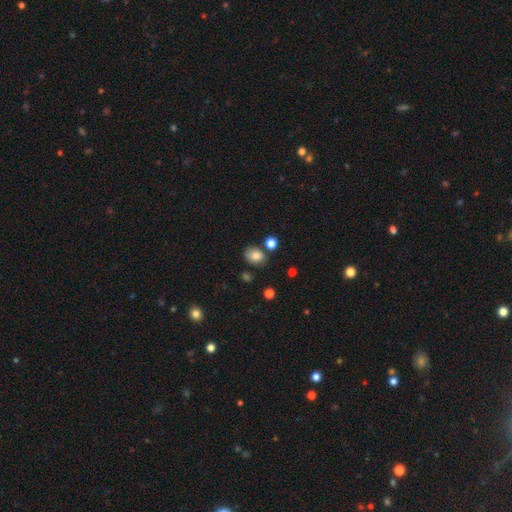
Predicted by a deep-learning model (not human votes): Smooth or featured: smooth — 80% (star or artifact — 11%)
How rounded: in between — 61% (round — 38%)
Merging: none — 72% (minor disturbance — 16%)